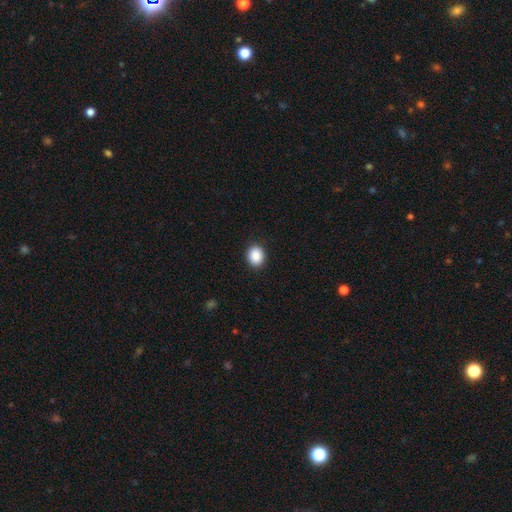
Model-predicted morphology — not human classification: type=smooth (89%); roundness=round (61%); merging=none (91%).